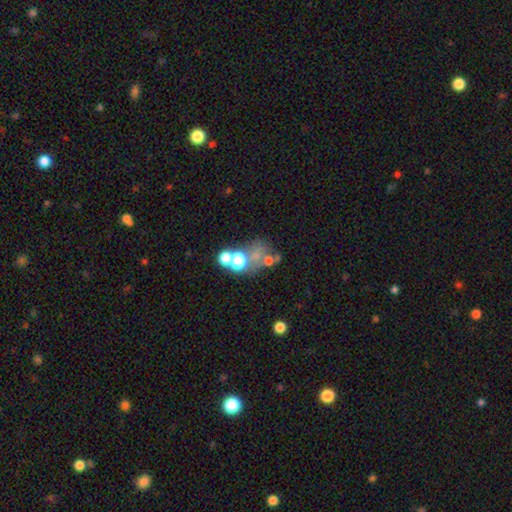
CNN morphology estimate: Smooth or featured? smooth (48%)
Merging? merger (41%)